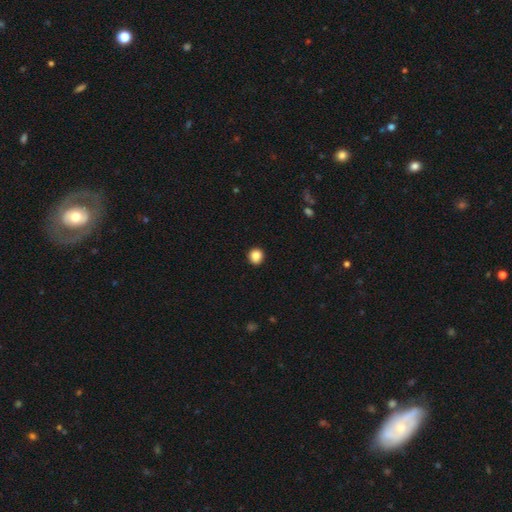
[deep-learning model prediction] This is clearly a smooth galaxy (87%). How rounded: clearly round (88%). Merging: clearly none (91%).